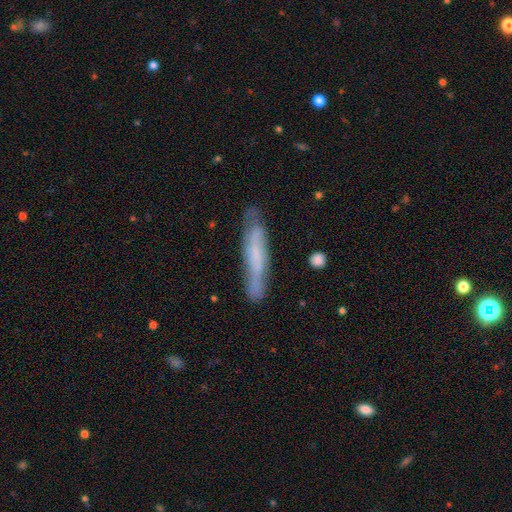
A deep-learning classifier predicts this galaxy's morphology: A featured or disk galaxy (51%) viewed edge-on (64%).

Vote fractions:
- Smooth or featured? featured or disk: 51% / smooth: 42% / star or artifact: 7%
- Edge-on disk? yes: 64% / no: 36%
- Merging? none: 72% / minor disturbance: 21% / major disturbance: 5% / merger: 3%